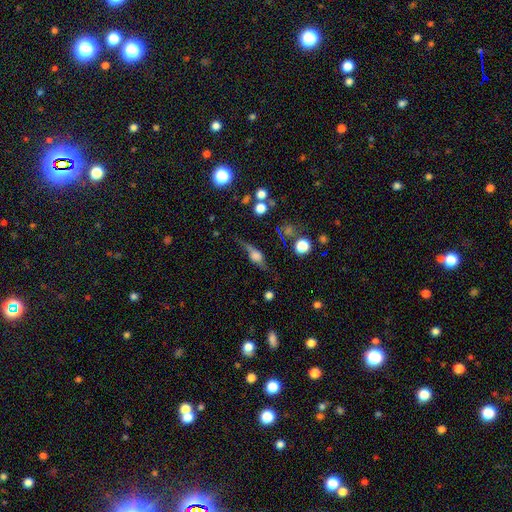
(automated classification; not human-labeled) Smooth or featured?
  - featured or disk: 54% *
  - smooth: 35%
  - star or artifact: 11%
Edge-on disk?
  - yes: 80% *
  - no: 20%
Merging?
  - none: 56% *
  - minor disturbance: 26%
  - major disturbance: 14%
  - merger: 4%